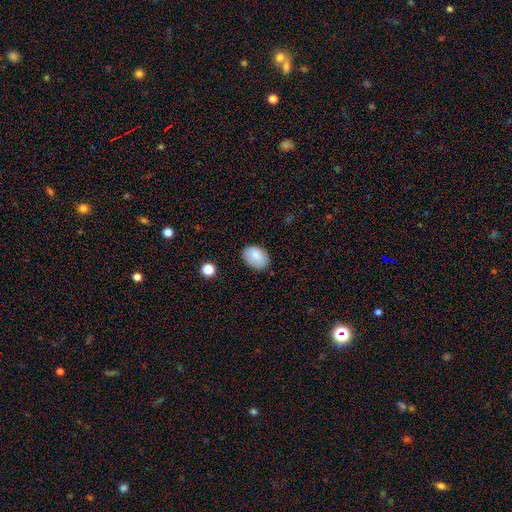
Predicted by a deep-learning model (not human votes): Smooth or featured? Predicted: smooth (p=0.83). How rounded? Predicted: in between (p=0.83). Merging? Predicted: none (p=0.80).